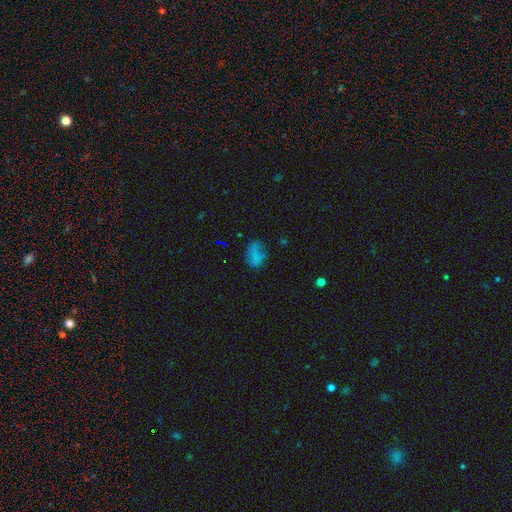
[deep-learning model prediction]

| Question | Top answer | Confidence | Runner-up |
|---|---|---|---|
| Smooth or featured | smooth | 68% | star or artifact (16%) |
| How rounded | in between | 78% | round (19%) |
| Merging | none | 56% | minor disturbance (26%) |